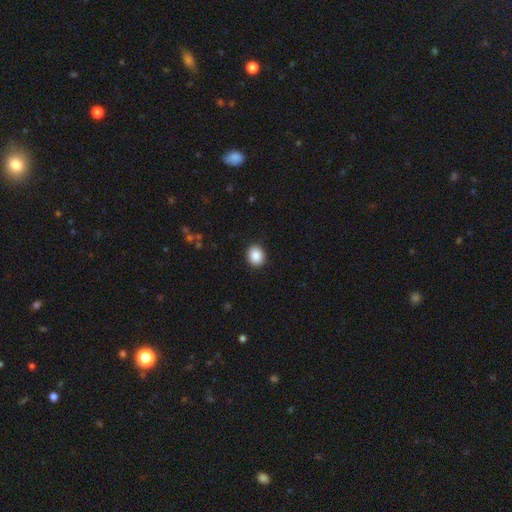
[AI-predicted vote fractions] Overall: smooth (88%). How rounded: round (68%; in between 32%). Merging: none (90%).